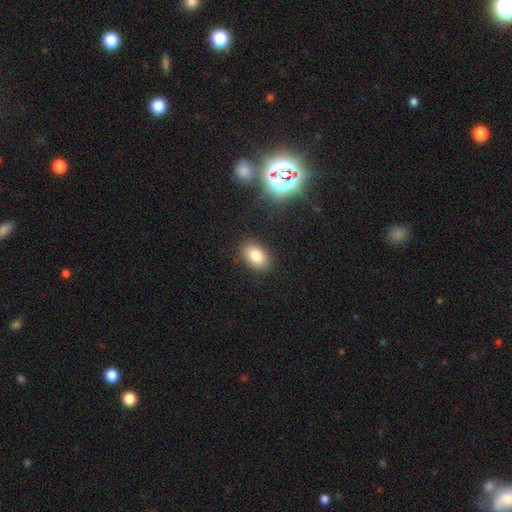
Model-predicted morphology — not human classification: Smooth or featured? Predicted: smooth (p=0.81). How rounded? Predicted: in between (p=0.88). Merging? Predicted: none (p=0.87).